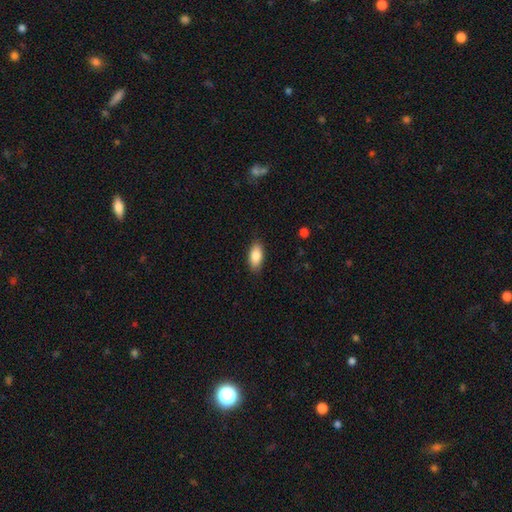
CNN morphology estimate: Smooth or featured?
  - smooth: 85% *
  - featured or disk: 8%
  - star or artifact: 7%
How rounded?
  - in between: 89% *
  - cigar-shaped: 8%
  - round: 3%
Merging?
  - none: 87% *
  - minor disturbance: 10%
  - major disturbance: 2%
  - merger: 1%